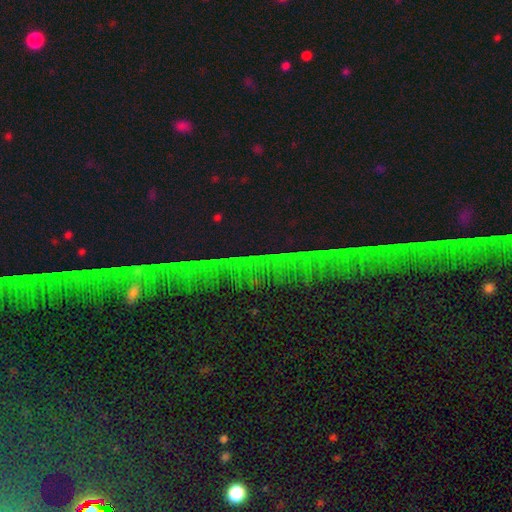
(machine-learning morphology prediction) This appears to be a star or artifact, not a galaxy (76%).